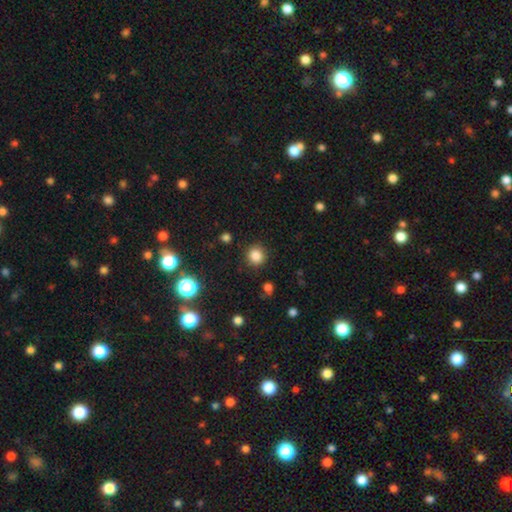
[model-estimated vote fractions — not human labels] Smooth or featured? Predicted: smooth (p=0.83). How rounded? Predicted: round (p=0.87). Merging? Predicted: none (p=0.87).